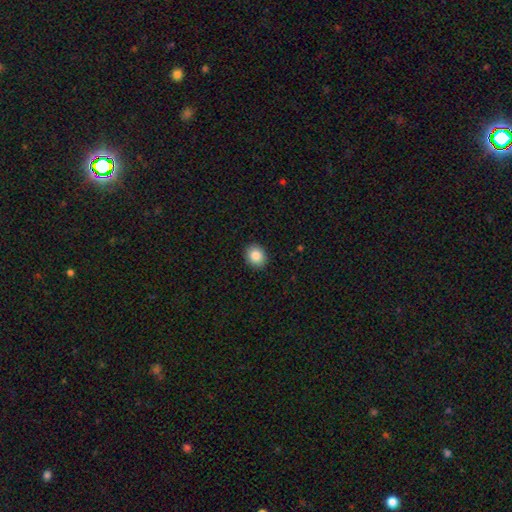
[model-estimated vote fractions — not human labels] Smooth or featured? smooth (86%)
How rounded? round (60%)
Merging? none (91%)